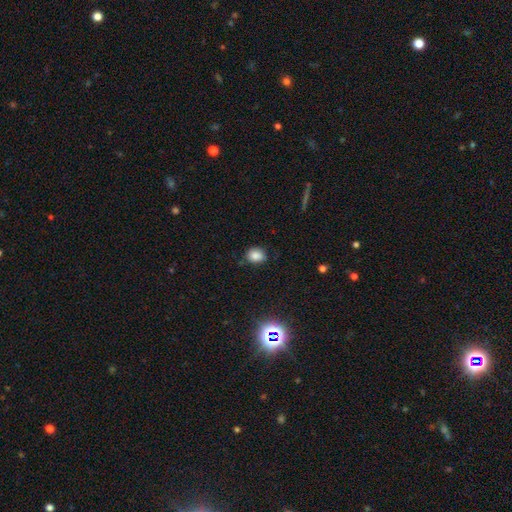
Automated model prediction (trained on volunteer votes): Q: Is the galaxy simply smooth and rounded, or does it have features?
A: smooth — 82%.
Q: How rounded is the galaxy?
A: round — 58%.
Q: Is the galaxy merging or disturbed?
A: none — 76%.